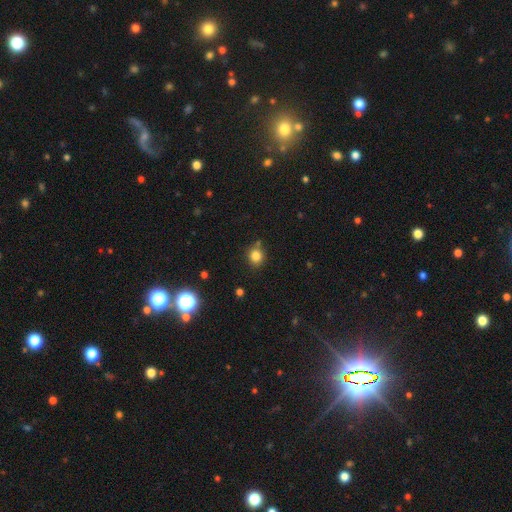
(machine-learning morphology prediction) A smooth galaxy with no disk features (82%) that is round (85%). Merging: none (79%).